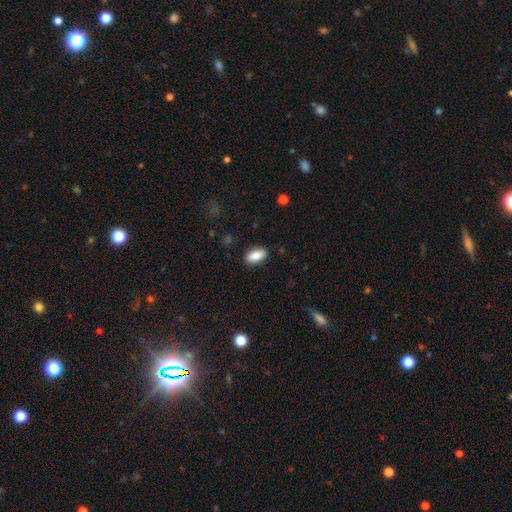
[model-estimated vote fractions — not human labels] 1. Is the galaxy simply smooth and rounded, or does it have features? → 85% smooth, 8% featured or disk, 7% star or artifact.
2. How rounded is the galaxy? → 90% in between, 7% cigar-shaped, 4% round.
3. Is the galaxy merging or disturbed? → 87% none, 9% minor disturbance, 2% major disturbance, 1% merger.